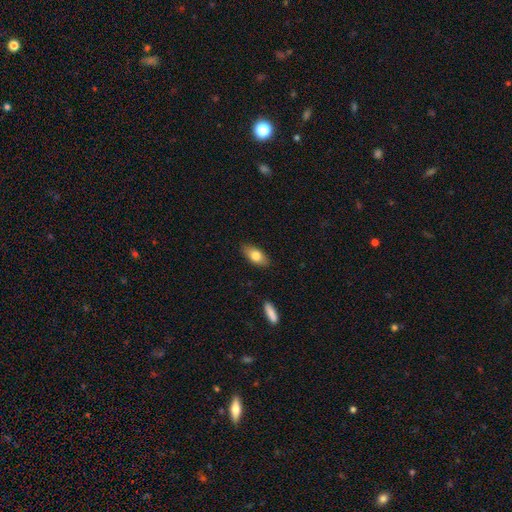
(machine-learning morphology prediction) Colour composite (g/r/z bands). It shows a smooth galaxy with no disk features (77%) that is in between round and cigar-shaped (88%). Merging: none (86%).